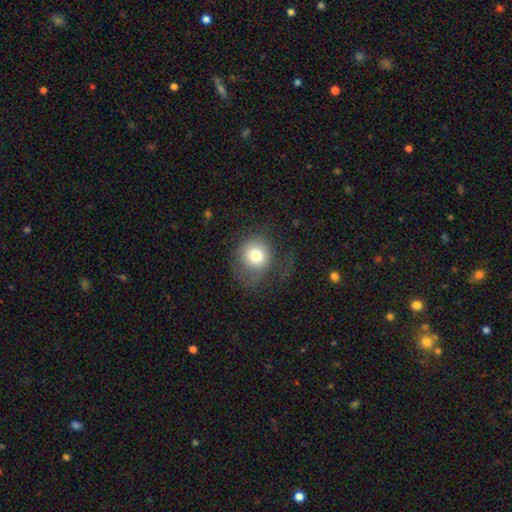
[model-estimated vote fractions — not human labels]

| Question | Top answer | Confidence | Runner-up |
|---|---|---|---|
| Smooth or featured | smooth | 74% | featured or disk (16%) |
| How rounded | round | 79% | in between (20%) |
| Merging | none | 45% | major disturbance (30%) |